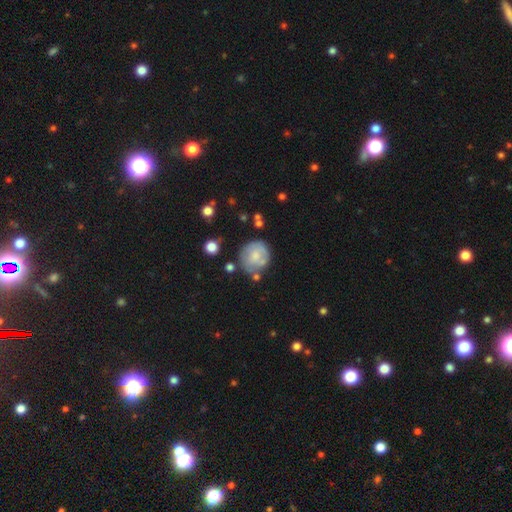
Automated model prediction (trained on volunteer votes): Smooth or featured? smooth (56%)
How rounded? round (85%)
Merging? none (61%)